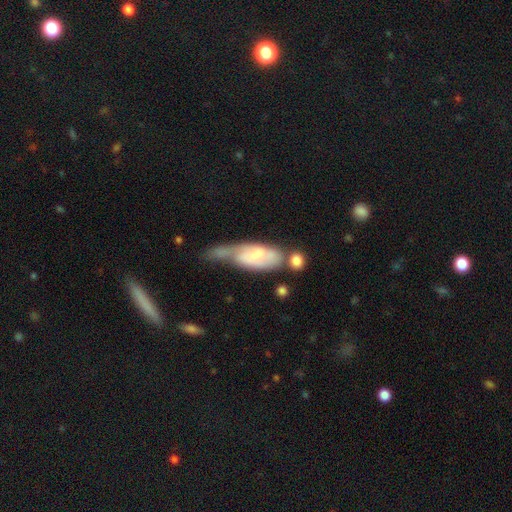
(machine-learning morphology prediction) smooth_or_featured: featured or disk (p=0.52) [alt: smooth p=0.42]
disk_edge_on: no (p=0.85) [alt: yes p=0.15]
merging: minor disturbance (p=0.26) [tied with: merger p=0.26]